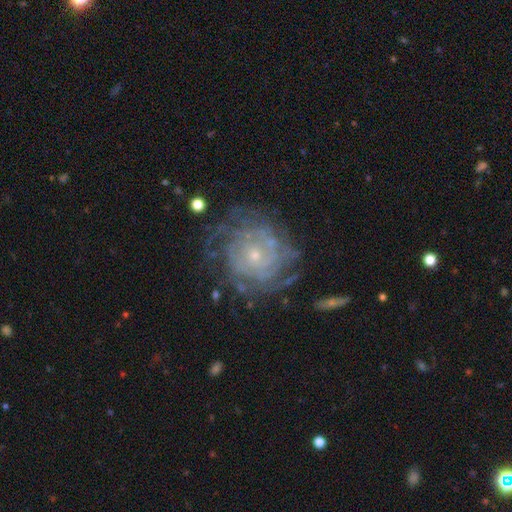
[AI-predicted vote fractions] featured or disk 82%, smooth 10%, star or artifact 8%. Down the decision tree: edge-on disk — no (97%); bar — no (82%); spiral arms — yes (89%); spiral arm count — can't tell (45%); spiral winding — tight (75%); bulge size — small (80%); merging — none (67%).